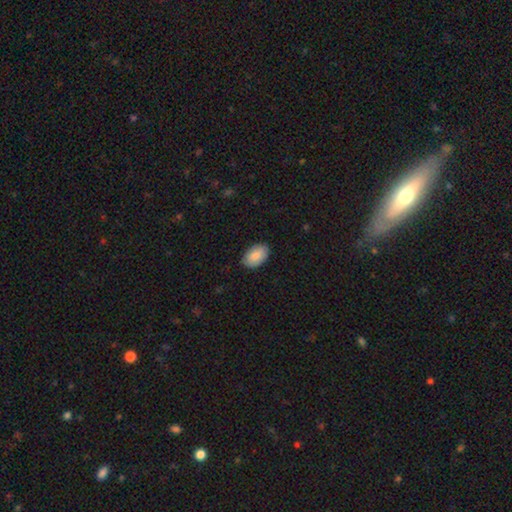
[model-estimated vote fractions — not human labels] This is clearly a smooth galaxy (87%). How rounded: clearly in between (93%). Merging: clearly none (86%).